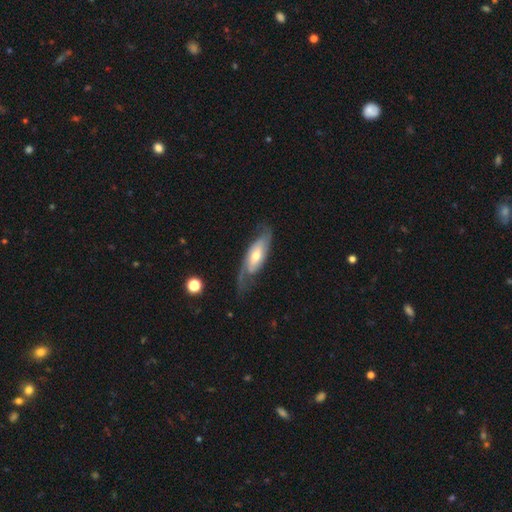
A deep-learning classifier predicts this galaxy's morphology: smooth-or-featured: featured or disk: 72% | smooth: 22% | star or artifact: 6%
  disk-edge-on: no: 83% | yes: 17%
    bar: no: 52% | weak: 33% | strong: 14%
    has-spiral-arms: yes: 89% | no: 11%
      spiral-winding: medium: 40% | loose: 35% | tight: 24%
      spiral-arm-count: 2: 76% | can't tell: 12% | 1: 8% | 3: 2% | 4: 1% | more than 4: 1%
    bulge-size: moderate: 60% | small: 30% | large: 7% | none: 2% | dominant: 1%
  merging: none: 61% | minor disturbance: 22% | major disturbance: 15% | merger: 2%